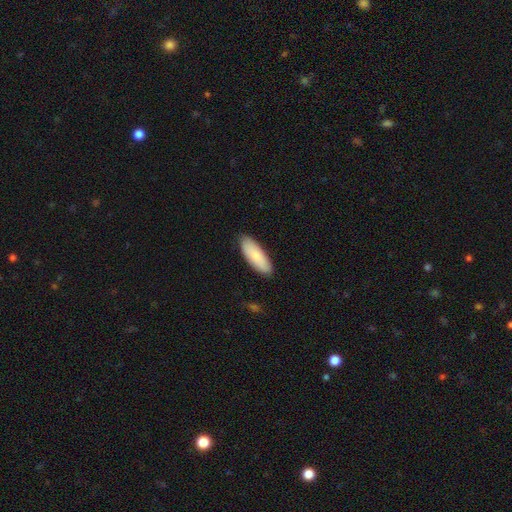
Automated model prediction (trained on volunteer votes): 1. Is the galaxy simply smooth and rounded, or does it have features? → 81% smooth, 13% featured or disk, 5% star or artifact.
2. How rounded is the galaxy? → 69% in between, 29% cigar-shaped, 2% round.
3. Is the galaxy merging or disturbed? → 87% none, 10% minor disturbance, 2% major disturbance, 1% merger.